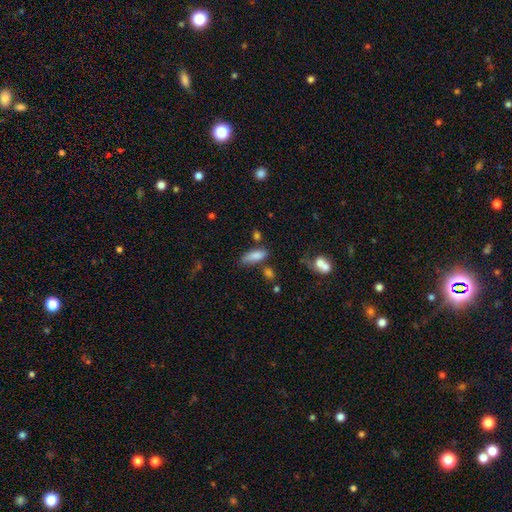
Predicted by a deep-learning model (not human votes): The model was most divided on "merging": none: 57%, minor disturbance: 25%, merger: 10%, major disturbance: 7%. More confident: smooth or featured — smooth (82%); how rounded — in between (68%).